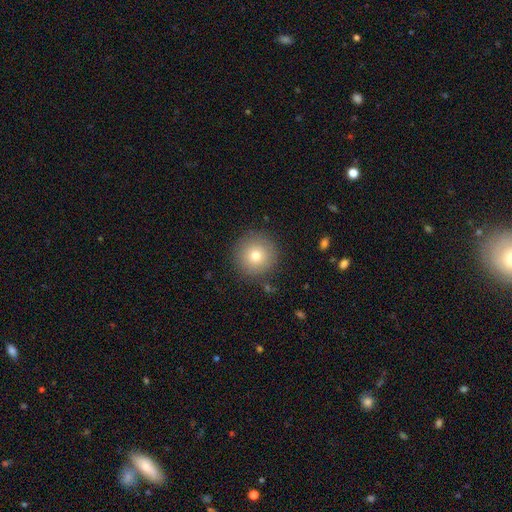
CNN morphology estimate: smooth-or-featured: smooth: 76% | featured or disk: 13% | star or artifact: 11%
  how-rounded: round: 96% | in between: 3% | cigar-shaped: 1%
  merging: none: 88% | minor disturbance: 8% | major disturbance: 3% | merger: 2%